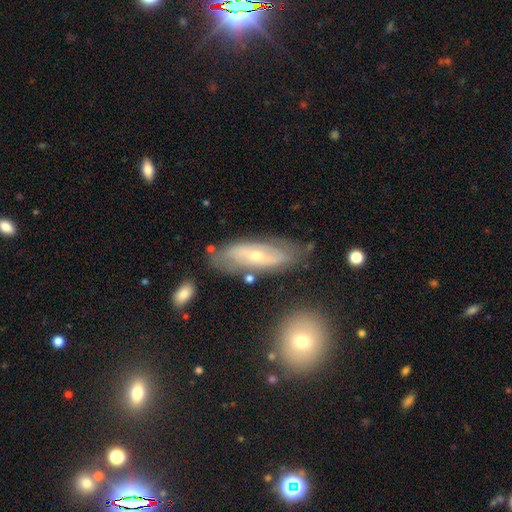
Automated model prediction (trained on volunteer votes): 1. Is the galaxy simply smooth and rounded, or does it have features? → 64% featured or disk, 30% smooth, 7% star or artifact.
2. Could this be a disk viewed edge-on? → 82% no, 18% yes.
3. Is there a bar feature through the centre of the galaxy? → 52% no, 34% weak, 14% strong.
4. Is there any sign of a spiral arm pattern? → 71% yes, 29% no.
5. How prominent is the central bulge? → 54% small, 42% moderate, 2% large, 1% none, 1% dominant.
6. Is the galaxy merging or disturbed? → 73% none, 17% minor disturbance, 5% major disturbance, 4% merger.